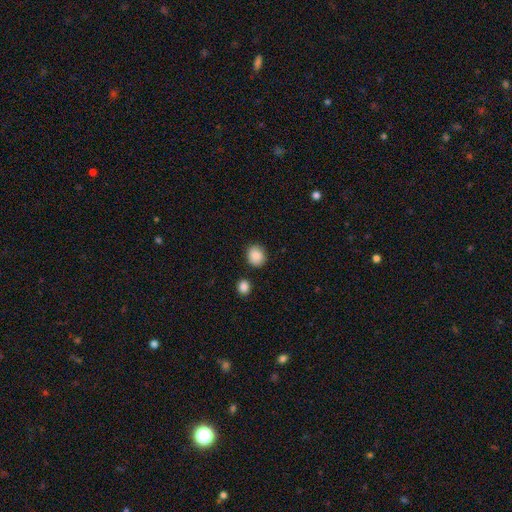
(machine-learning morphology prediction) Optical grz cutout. It shows a smooth galaxy with no disk features (88%) that is round (78%). Merging: none (85%).